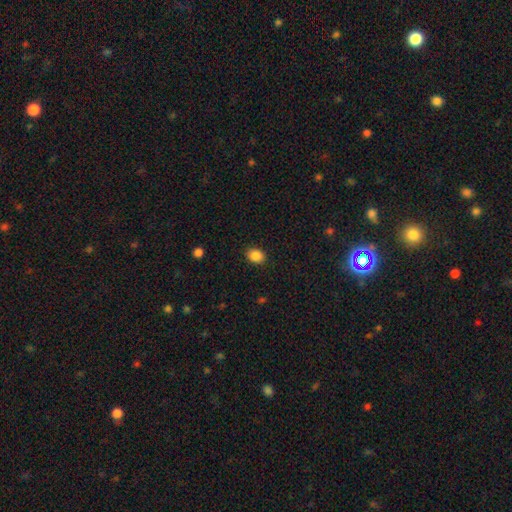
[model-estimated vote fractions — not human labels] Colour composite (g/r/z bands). It shows a smooth galaxy with no disk features (88%) that is in between round and cigar-shaped (56%). Merging: none (89%).